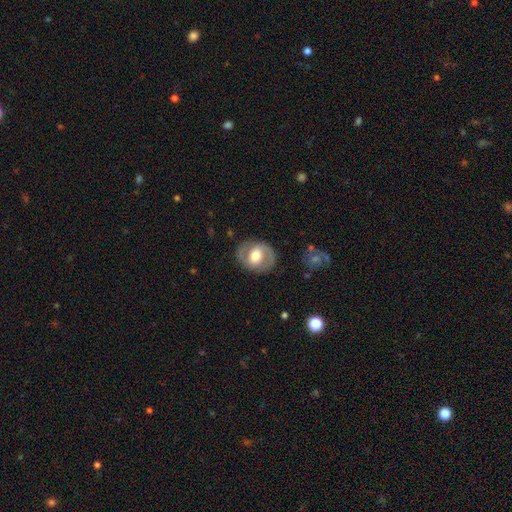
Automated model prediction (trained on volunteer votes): Q: Smooth or featured?
A: featured or disk (61%); runner-up: smooth (33%)
Q: Edge-on disk?
A: no (96%); runner-up: yes (4%)
Q: Bar?
A: no (40%); runner-up: weak (39%)
Q: Spiral arms?
A: yes (65%); runner-up: no (35%)
Q: Bulge size?
A: moderate (62%); runner-up: large (27%)
Q: Merging?
A: none (83%); runner-up: minor disturbance (11%)